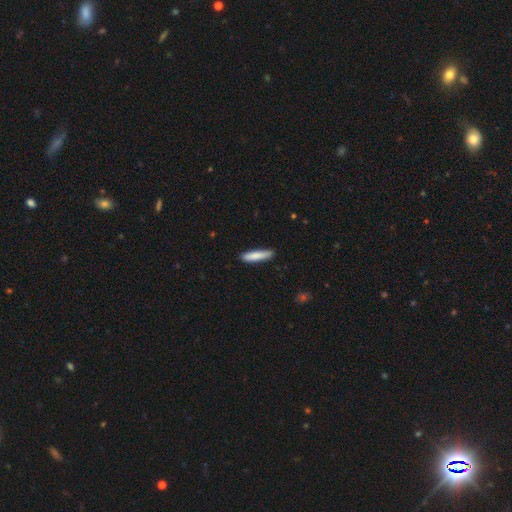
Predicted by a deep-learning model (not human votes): A smooth galaxy with no disk features (84%) that is cigar-shaped (87%). Merging: none (88%).